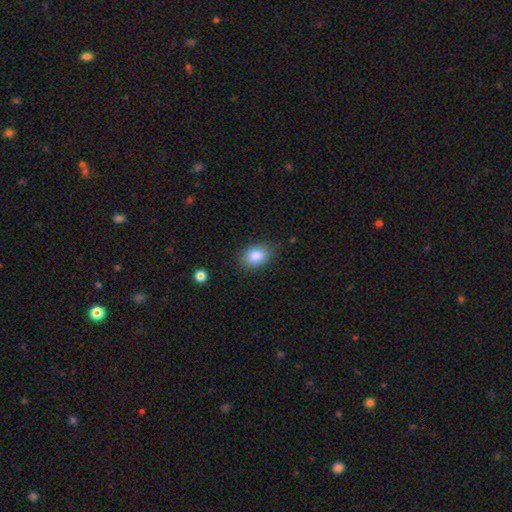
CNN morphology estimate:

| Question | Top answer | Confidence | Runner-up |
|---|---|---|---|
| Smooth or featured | smooth | 87% | star or artifact (8%) |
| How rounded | in between | 80% | round (19%) |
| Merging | none | 81% | minor disturbance (14%) |